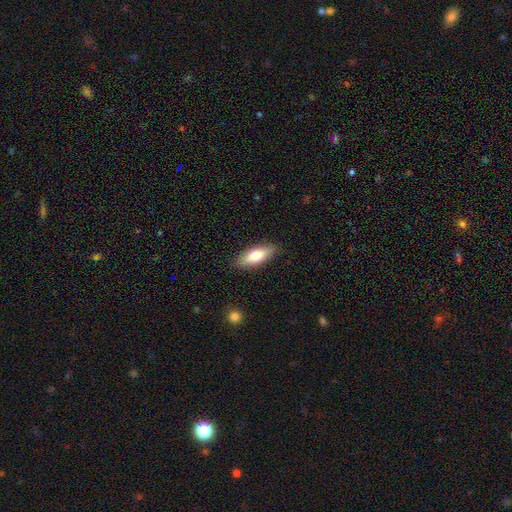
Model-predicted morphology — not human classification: A smooth galaxy with no disk features (68%) that is in between round and cigar-shaped (65%).

Vote fractions:
- Smooth or featured? smooth: 68% / featured or disk: 26% / star or artifact: 6%
- How rounded? in between: 65% / cigar-shaped: 33% / round: 2%
- Merging? none: 87% / minor disturbance: 10% / major disturbance: 2% / merger: 1%